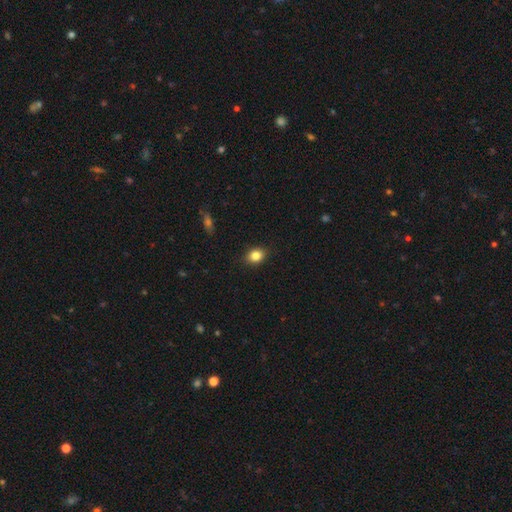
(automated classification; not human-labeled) A smooth galaxy with no disk features (83%) that is in between round and cigar-shaped (50%). Merging: none (88%).